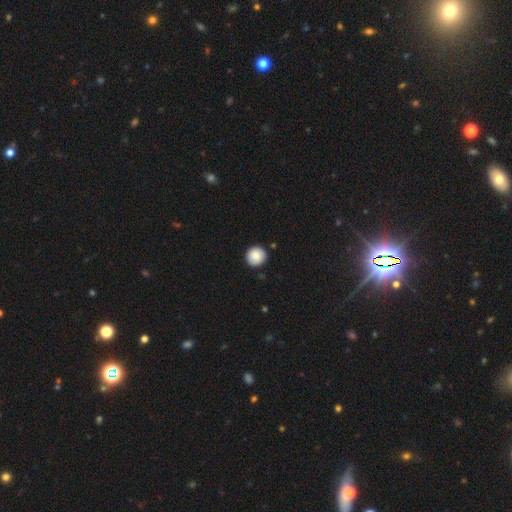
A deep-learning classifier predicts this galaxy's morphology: Smooth or featured: smooth — 85% (star or artifact — 8%)
How rounded: round — 94% (in between — 5%)
Merging: none — 90% (minor disturbance — 7%)